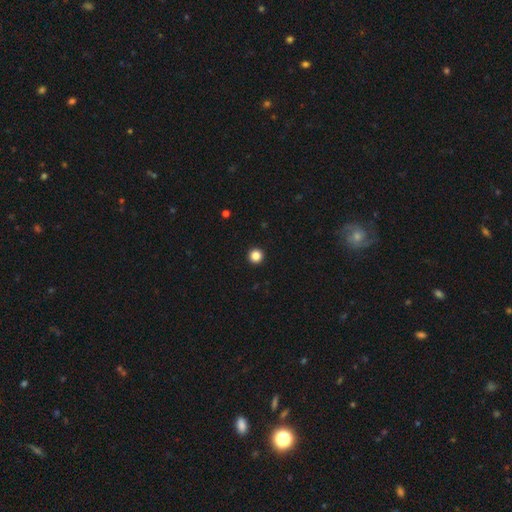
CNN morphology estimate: The model was most divided on "smooth or featured": smooth: 86%, star or artifact: 11%, featured or disk: 3%. More confident: how rounded — round (97%); merging — none (95%).